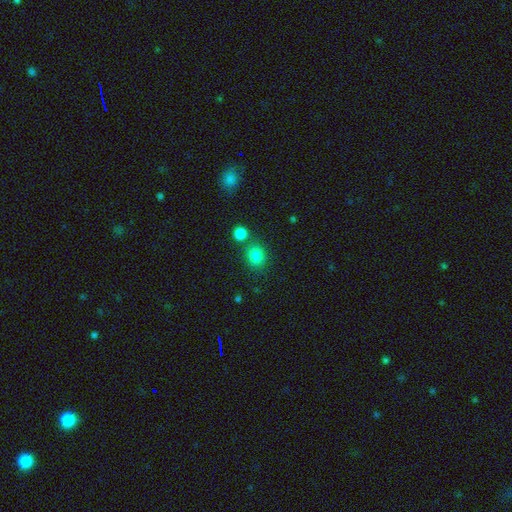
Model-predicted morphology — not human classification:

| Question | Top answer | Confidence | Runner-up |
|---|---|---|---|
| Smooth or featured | smooth | 83% | star or artifact (12%) |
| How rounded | round | 73% | in between (26%) |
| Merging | none | 72% | merger (14%) |